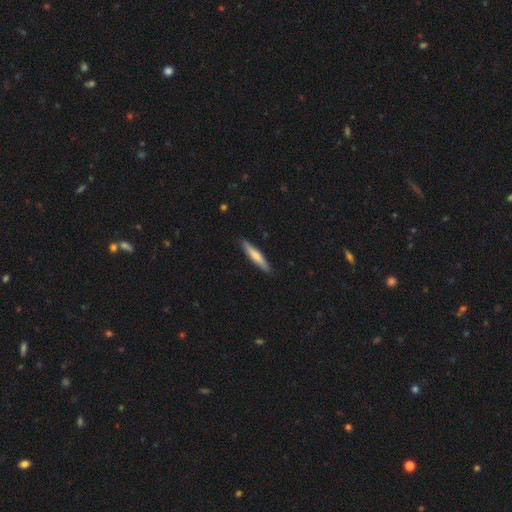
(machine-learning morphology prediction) This appears to be a smooth galaxy with no disk features (66%) that is cigar-shaped (89%). Merging: none (89%).